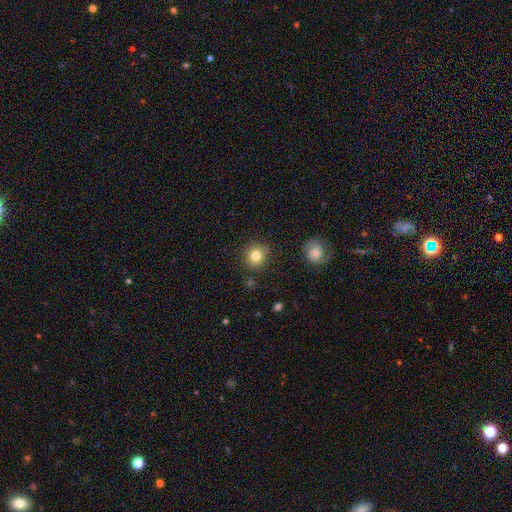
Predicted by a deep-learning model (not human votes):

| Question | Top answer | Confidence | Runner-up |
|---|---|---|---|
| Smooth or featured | smooth | 81% | star or artifact (10%) |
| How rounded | round | 91% | in between (8%) |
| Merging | none | 86% | minor disturbance (9%) |